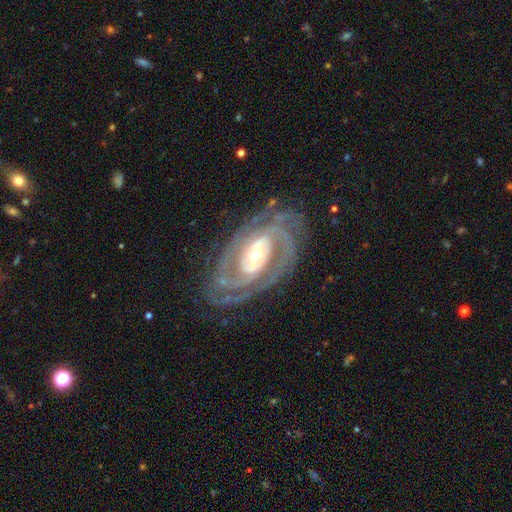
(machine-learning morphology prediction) Smooth or featured? featured or disk (92%)
Edge-on disk? no (96%)
Bar? no (40%)
Spiral arms? yes (98%)
Spiral winding? tight (67%)
Spiral arm count? 2 (41%)
Bulge size? moderate (58%)
Merging? none (76%)